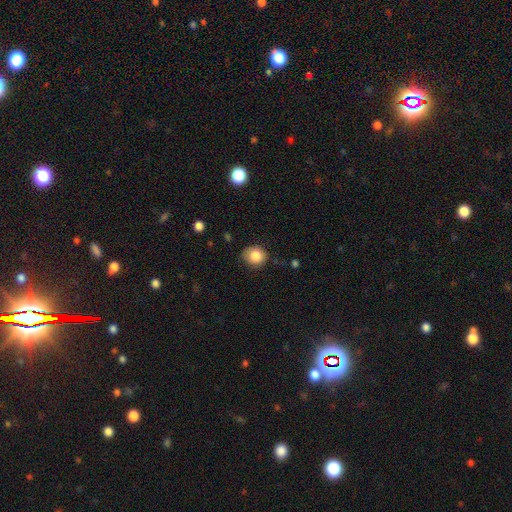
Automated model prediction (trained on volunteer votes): This is clearly a smooth galaxy (84%). How rounded: likely round (76%). Merging: likely none (71%).